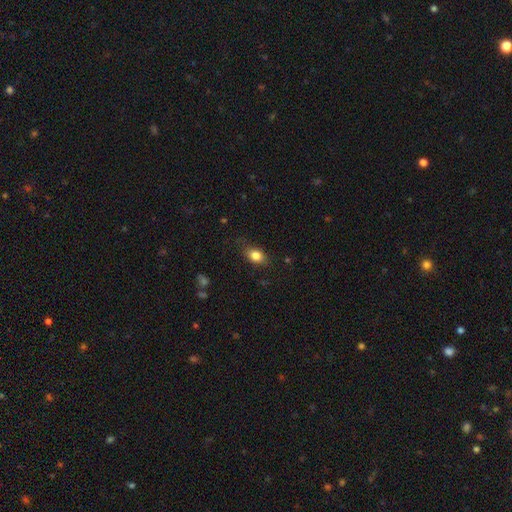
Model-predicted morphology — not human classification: smooth-or-featured: smooth: 83% | star or artifact: 9% | featured or disk: 8%
  how-rounded: in between: 77% | round: 20% | cigar-shaped: 3%
  merging: none: 76% | minor disturbance: 18% | major disturbance: 4% | merger: 1%